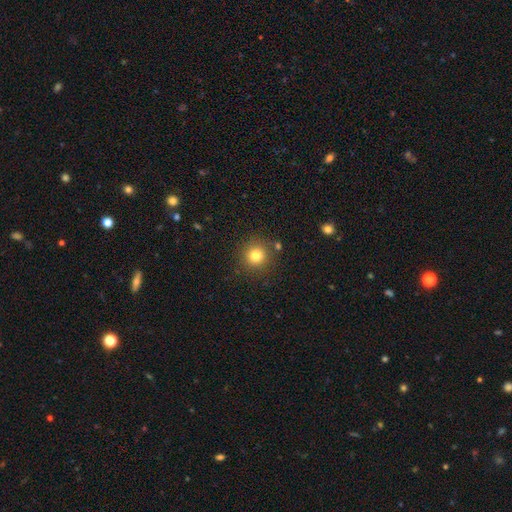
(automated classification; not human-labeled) Smooth or featured: smooth — 80% (star or artifact — 13%)
How rounded: round — 94% (in between — 6%)
Merging: none — 86% (minor disturbance — 8%)